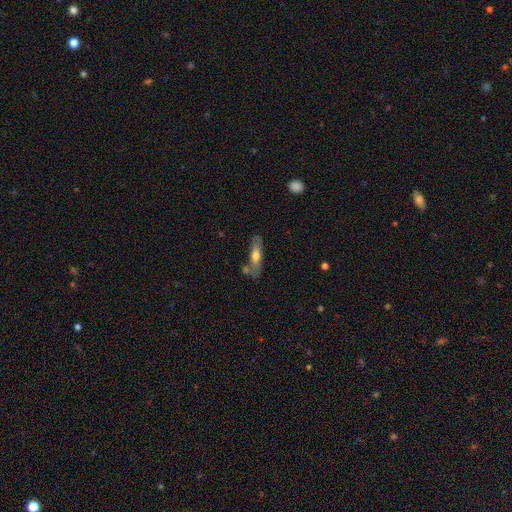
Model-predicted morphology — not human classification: Smooth or featured?
  - smooth: 50% *
  - featured or disk: 43%
  - star or artifact: 6%
How rounded?
  - cigar-shaped: 56% *
  - in between: 42%
  - round: 3%
Merging?
  - none: 62% *
  - minor disturbance: 19%
  - merger: 13%
  - major disturbance: 6%